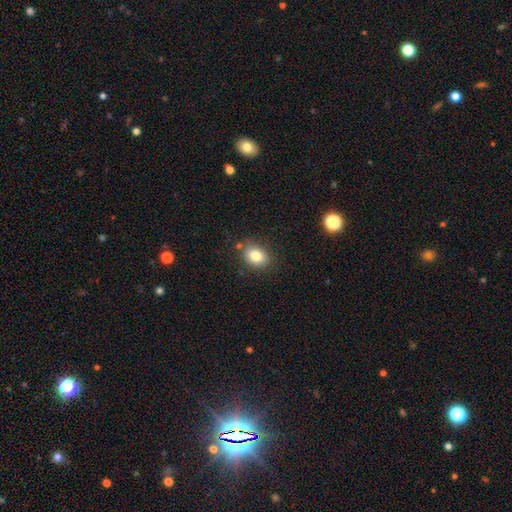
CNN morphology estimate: smooth 81%, star or artifact 10%, featured or disk 9%. Down the decision tree: how rounded — in between (62%); merging — none (81%).